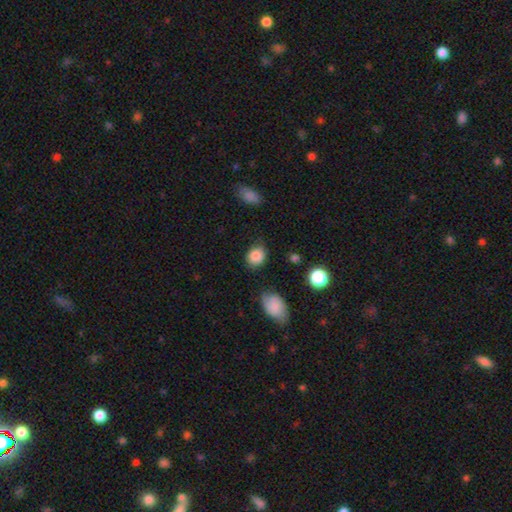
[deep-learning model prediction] Smooth or featured?
  - smooth: 84% *
  - star or artifact: 9%
  - featured or disk: 6%
How rounded?
  - round: 51% *
  - in between: 48%
  - cigar-shaped: 1%
Merging?
  - none: 75% *
  - minor disturbance: 18%
  - major disturbance: 4%
  - merger: 3%